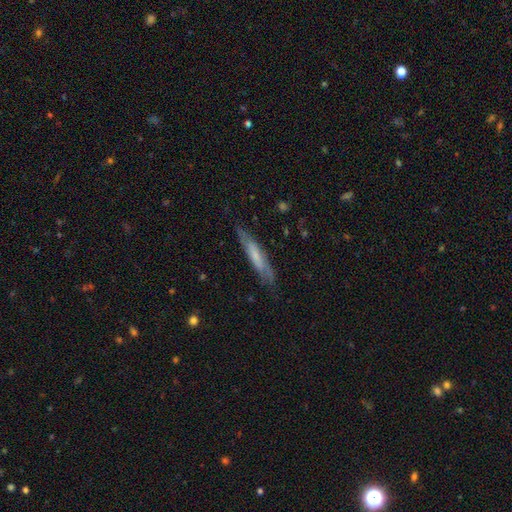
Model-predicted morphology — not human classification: Overall: featured or disk (48%; smooth 46%). Merging: none (77%).